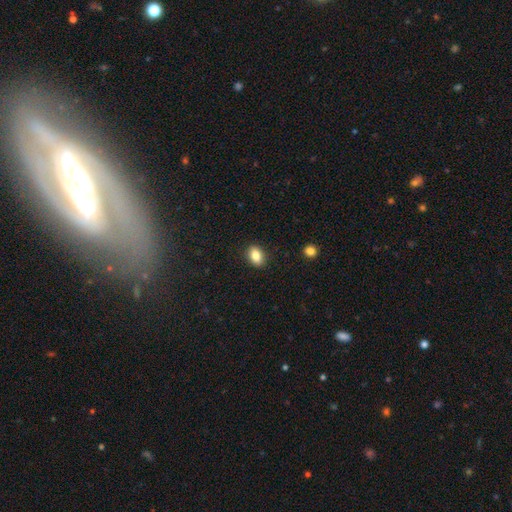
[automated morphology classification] This is clearly a smooth galaxy (83%). How rounded: likely in between (79%). Merging: clearly none (89%).